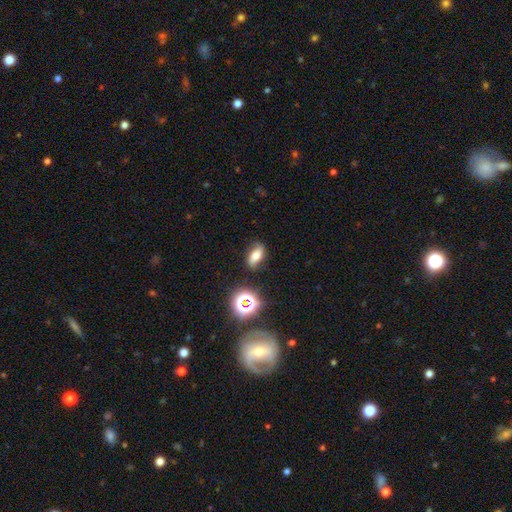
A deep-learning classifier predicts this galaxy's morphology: Overall: smooth (58%; featured or disk 24%). How rounded: in between (77%). Merging: none (78%).